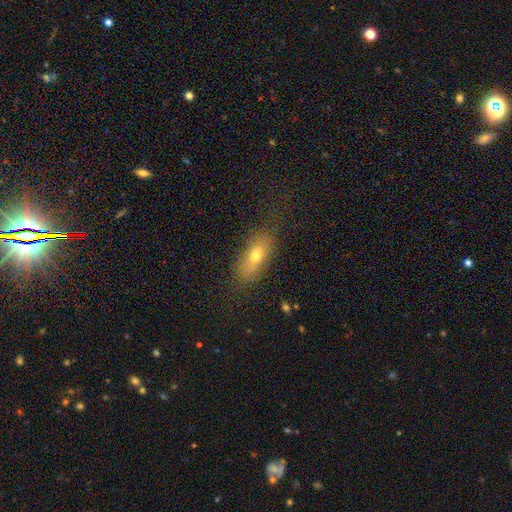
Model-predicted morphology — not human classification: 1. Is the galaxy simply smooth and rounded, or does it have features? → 65% smooth, 24% featured or disk, 10% star or artifact.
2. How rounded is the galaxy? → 75% in between, 20% cigar-shaped, 5% round.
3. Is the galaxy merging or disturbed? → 71% none, 19% minor disturbance, 8% major disturbance, 2% merger.